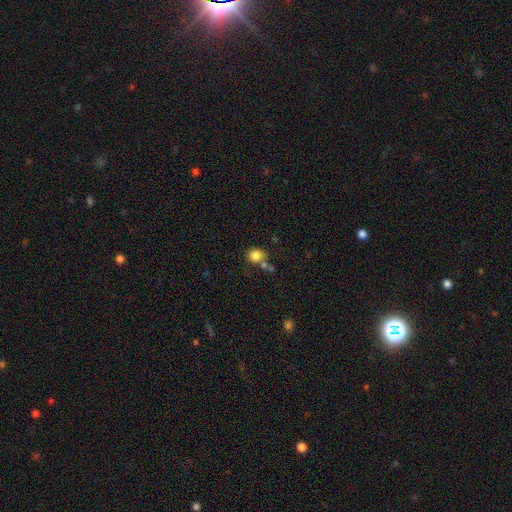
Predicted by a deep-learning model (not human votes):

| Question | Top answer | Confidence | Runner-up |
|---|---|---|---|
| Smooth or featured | smooth | 82% | star or artifact (11%) |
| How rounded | round | 83% | in between (16%) |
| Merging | none | 61% | merger (22%) |